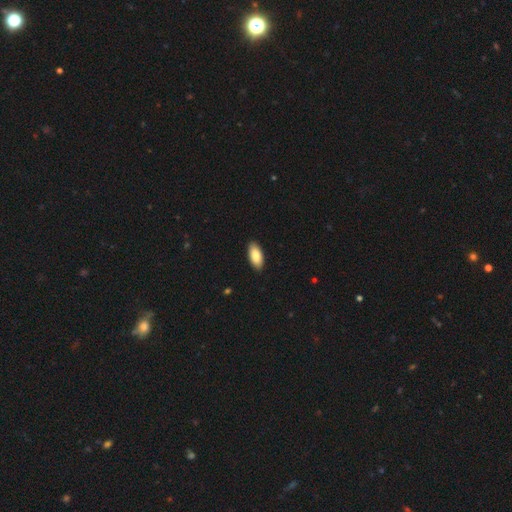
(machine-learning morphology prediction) This is clearly a smooth galaxy (86%). How rounded: clearly in between (91%). Merging: clearly none (90%).